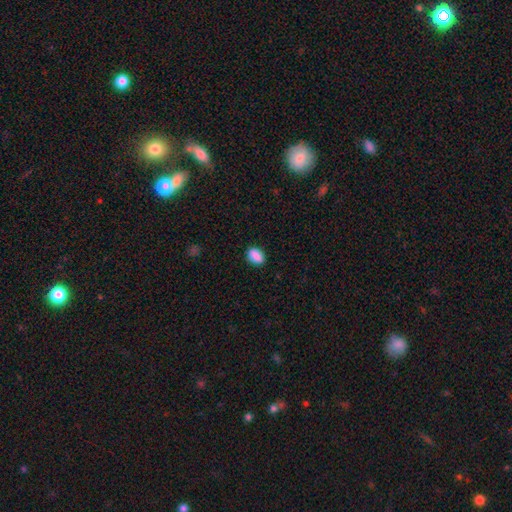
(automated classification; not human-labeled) smooth_or_featured: smooth (p=0.89) [alt: star or artifact p=0.08]
how_rounded: in between (p=0.82) [alt: round p=0.16]
merging: none (p=0.86) [alt: minor disturbance p=0.11]